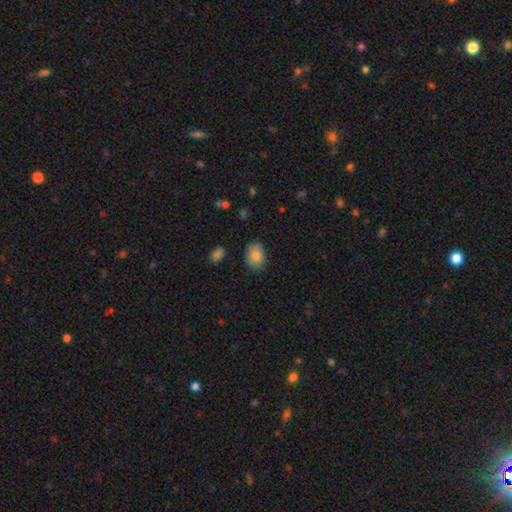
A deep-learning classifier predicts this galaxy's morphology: Smooth or featured? smooth (84%)
How rounded? in between (77%)
Merging? none (82%)